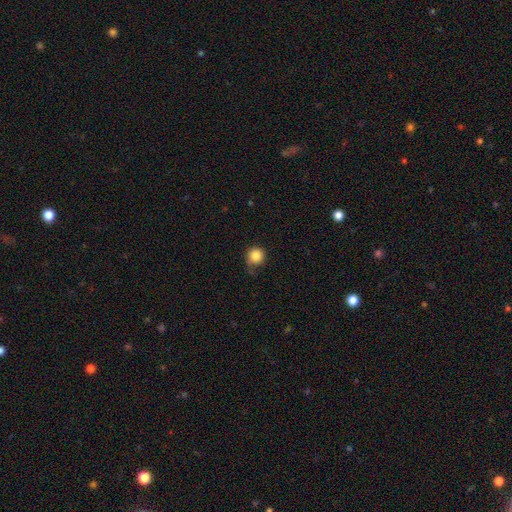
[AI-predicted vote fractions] smooth_or_featured: smooth (p=0.85) [alt: star or artifact p=0.09]
how_rounded: round (p=0.92) [alt: in between p=0.07]
merging: none (p=0.59) [alt: minor disturbance p=0.28]